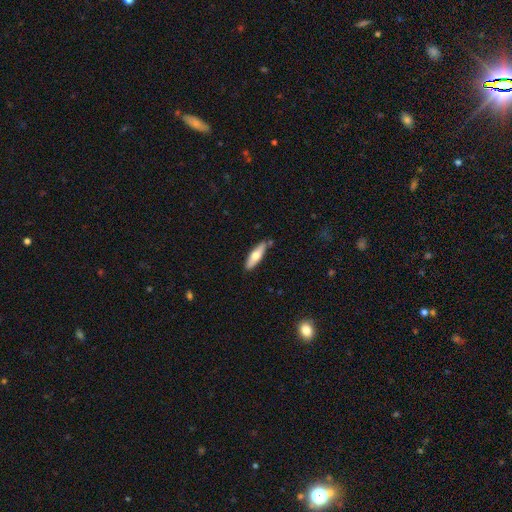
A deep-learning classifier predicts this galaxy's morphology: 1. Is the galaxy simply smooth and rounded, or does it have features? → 61% smooth, 33% featured or disk, 6% star or artifact.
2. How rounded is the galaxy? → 60% cigar-shaped, 38% in between, 2% round.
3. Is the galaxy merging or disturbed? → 82% none, 13% minor disturbance, 3% merger, 2% major disturbance.